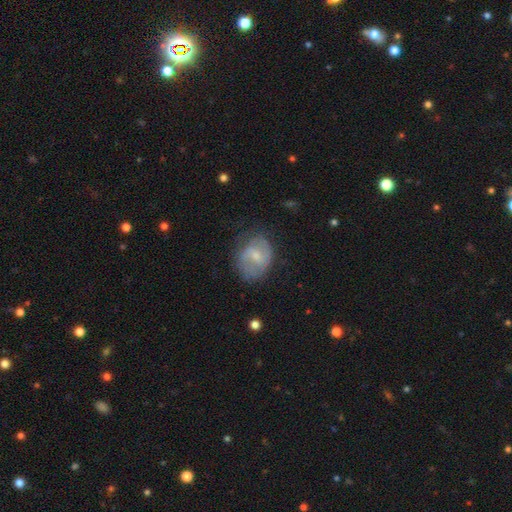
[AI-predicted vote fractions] Morphology: type=featured or disk (54%); edge-on=no (97%); bar=weak (51%); spiral arms=yes (70%); bulge=small (47%); merging=none (60%).